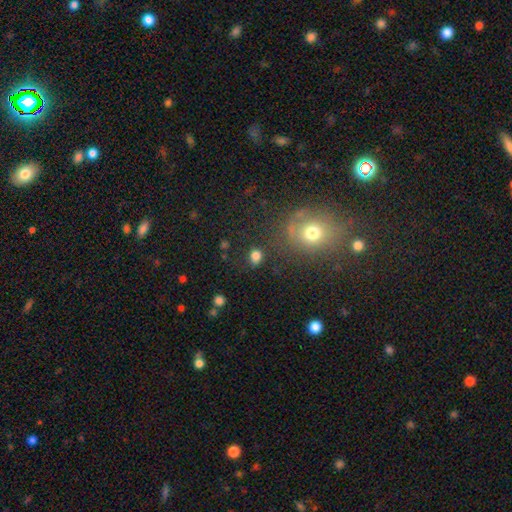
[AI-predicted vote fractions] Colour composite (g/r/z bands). It shows a smooth galaxy with no disk features (80%) that is round (54%). Merging: none (78%).